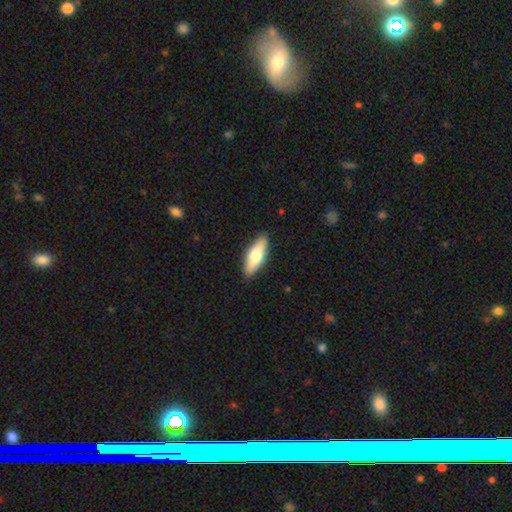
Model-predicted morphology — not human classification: Smooth or featured? smooth (69%)
How rounded? in between (60%)
Merging? none (88%)